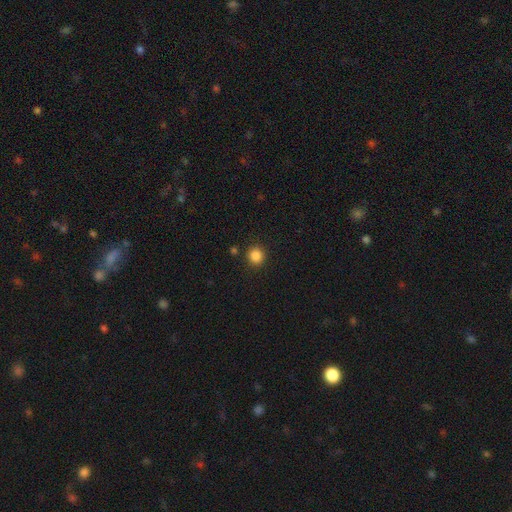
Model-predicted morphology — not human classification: smooth-or-featured: smooth: 85% | star or artifact: 11% | featured or disk: 3%
  how-rounded: round: 90% | in between: 9% | cigar-shaped: 1%
  merging: none: 88% | minor disturbance: 7% | merger: 2% | major disturbance: 2%